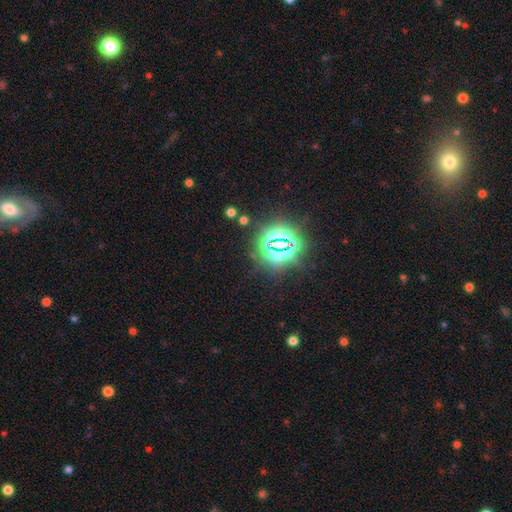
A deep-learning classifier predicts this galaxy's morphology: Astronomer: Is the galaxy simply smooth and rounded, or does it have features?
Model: star or artifact — 76%.